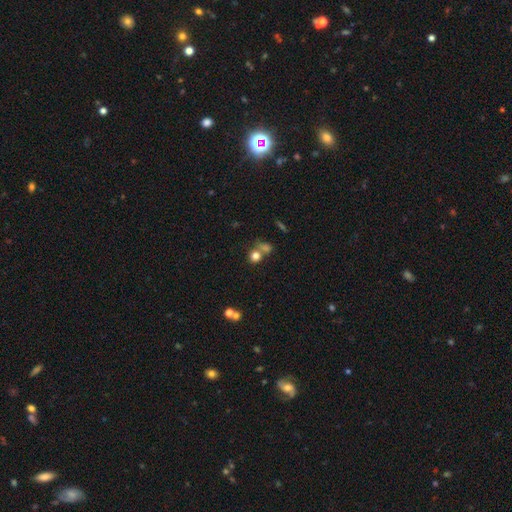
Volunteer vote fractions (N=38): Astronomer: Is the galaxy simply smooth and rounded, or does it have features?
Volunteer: smooth — 84%.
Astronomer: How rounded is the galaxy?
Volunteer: round — 88%.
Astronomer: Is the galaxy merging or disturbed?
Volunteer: merger — 46% (runner-up: none, 40%).